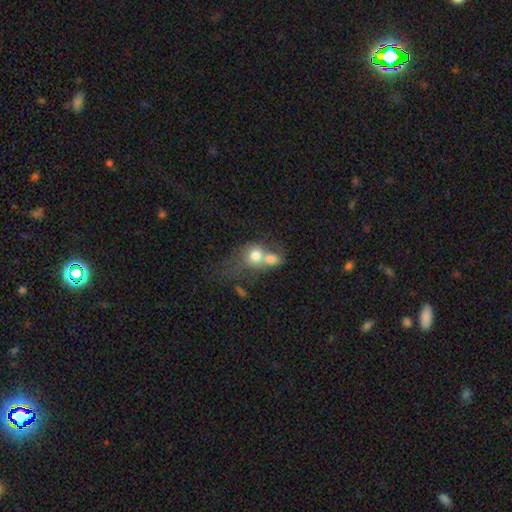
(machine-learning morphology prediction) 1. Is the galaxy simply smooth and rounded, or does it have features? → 72% smooth, 19% featured or disk, 9% star or artifact.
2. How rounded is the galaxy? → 61% round, 37% in between, 2% cigar-shaped.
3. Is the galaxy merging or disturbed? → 72% merger, 15% none, 7% major disturbance, 6% minor disturbance.